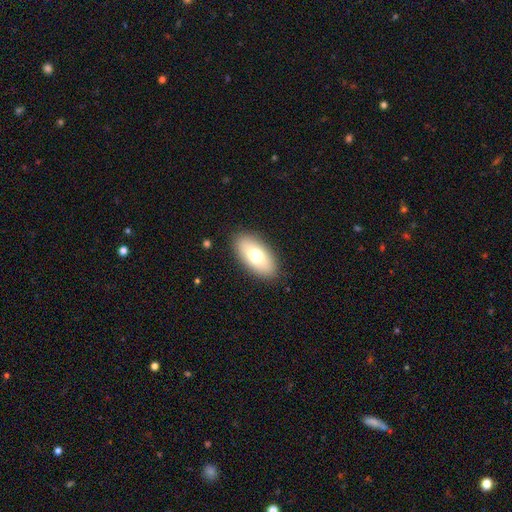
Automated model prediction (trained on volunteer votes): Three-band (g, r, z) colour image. It shows a smooth galaxy with no disk features (73%) that is in between round and cigar-shaped (92%). Merging: none (88%).